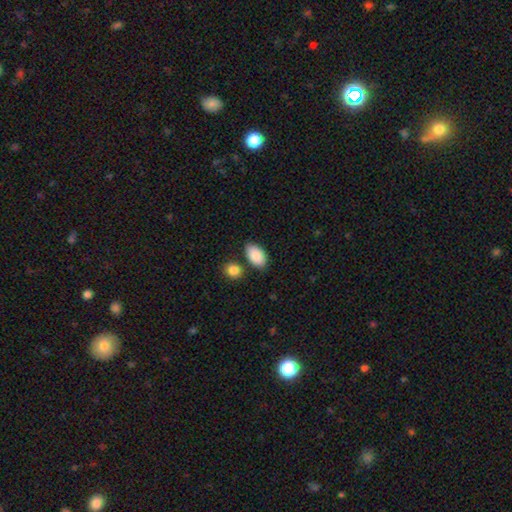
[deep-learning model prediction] A smooth galaxy with no disk features (89%) that is in between round and cigar-shaped (94%). Merging: none (75%).